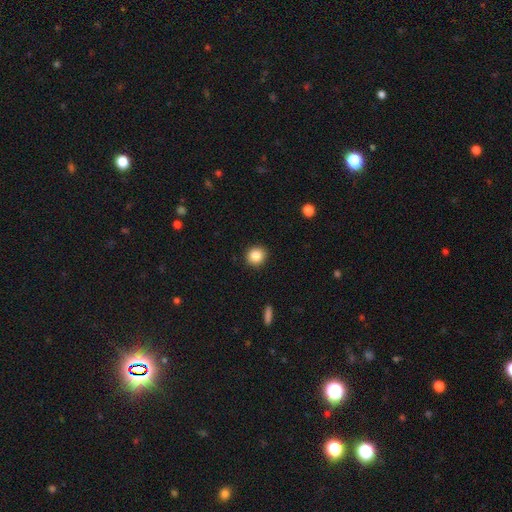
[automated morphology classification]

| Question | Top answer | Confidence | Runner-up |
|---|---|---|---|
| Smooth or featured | smooth | 86% | star or artifact (10%) |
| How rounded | round | 87% | in between (12%) |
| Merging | none | 91% | minor disturbance (6%) |